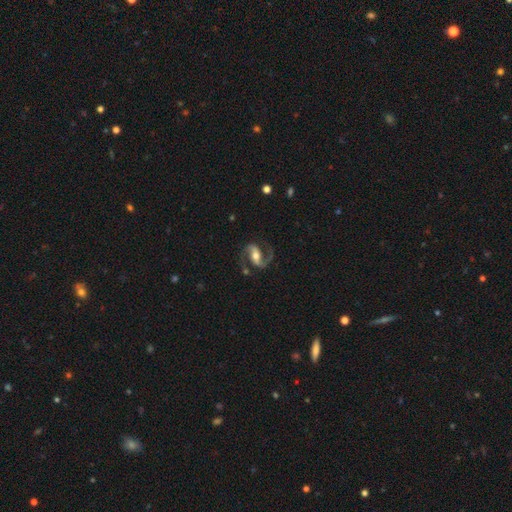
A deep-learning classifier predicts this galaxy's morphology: Smooth or featured? featured or disk (91%)
Edge-on disk? no (97%)
Bar? strong (47%)
Spiral arms? yes (98%)
Spiral winding? medium (59%)
Spiral arm count? 2 (94%)
Bulge size? moderate (66%)
Merging? none (79%)